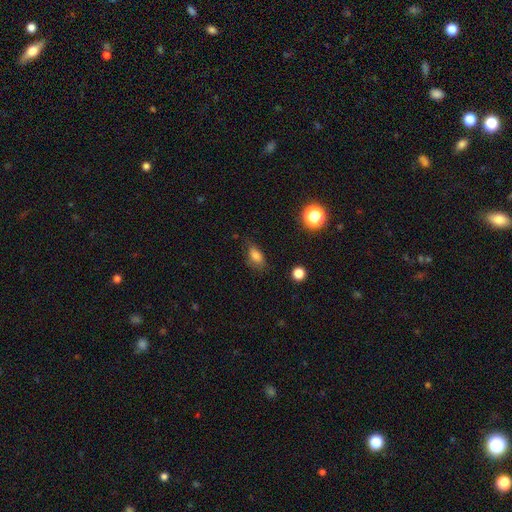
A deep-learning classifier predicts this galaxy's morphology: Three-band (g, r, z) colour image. It shows a smooth galaxy with no disk features (77%) that is in between round and cigar-shaped (84%). Merging: none (66%).